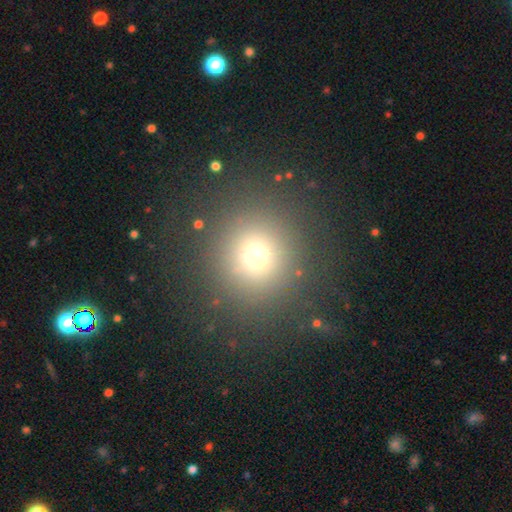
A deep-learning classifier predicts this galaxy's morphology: Smooth or featured?
  - smooth: 68% *
  - star or artifact: 22%
  - featured or disk: 10%
How rounded?
  - round: 93% *
  - in between: 6%
  - cigar-shaped: 1%
Merging?
  - none: 85% *
  - minor disturbance: 7%
  - major disturbance: 5%
  - merger: 2%